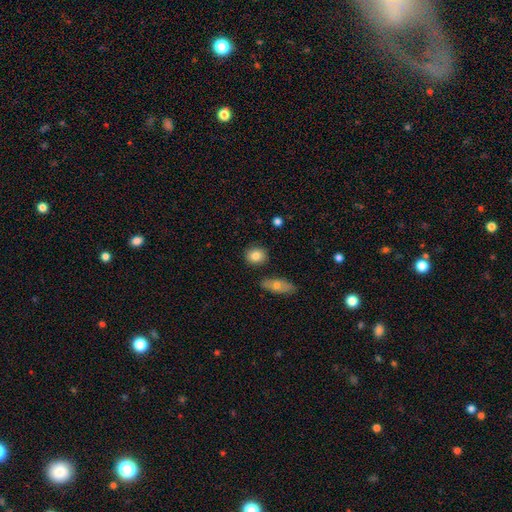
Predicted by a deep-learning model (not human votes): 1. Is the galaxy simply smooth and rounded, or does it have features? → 82% smooth, 10% featured or disk, 8% star or artifact.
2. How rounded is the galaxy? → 69% round, 29% in between, 2% cigar-shaped.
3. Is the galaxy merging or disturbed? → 85% none, 9% minor disturbance, 4% merger, 2% major disturbance.